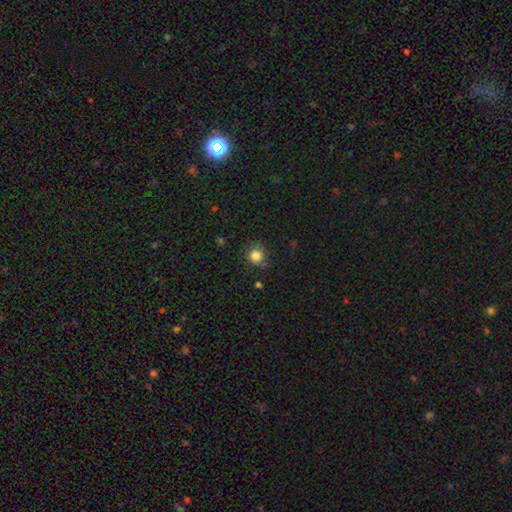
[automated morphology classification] Smooth or featured?
  - smooth: 84% *
  - star or artifact: 12%
  - featured or disk: 5%
How rounded?
  - round: 92% *
  - in between: 7%
  - cigar-shaped: 1%
Merging?
  - none: 80% *
  - minor disturbance: 13%
  - major disturbance: 4%
  - merger: 3%